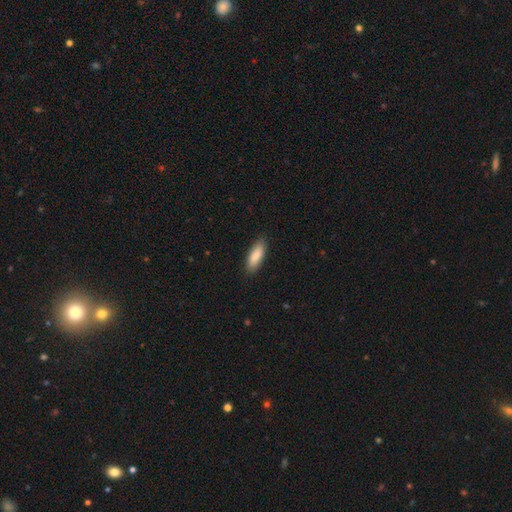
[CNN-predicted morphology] A smooth galaxy with no disk features (87%) that is in between round and cigar-shaped (66%).

Vote fractions:
- Smooth or featured? smooth: 87% / featured or disk: 7% / star or artifact: 6%
- How rounded? in between: 66% / cigar-shaped: 33% / round: 2%
- Merging? none: 87% / minor disturbance: 10% / major disturbance: 2% / merger: 1%